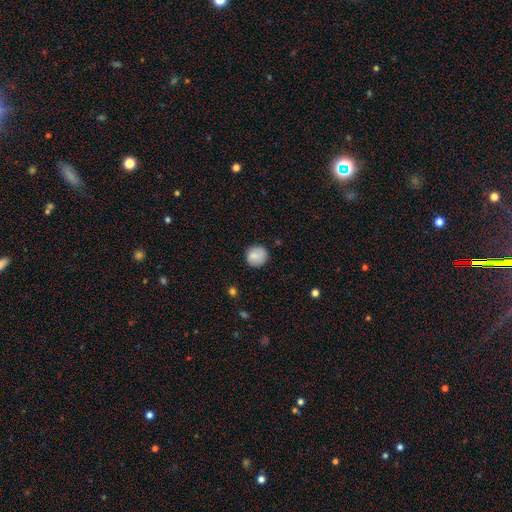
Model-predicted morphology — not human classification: This is clearly a smooth galaxy (81%). How rounded: clearly round (90%). Merging: clearly none (84%).